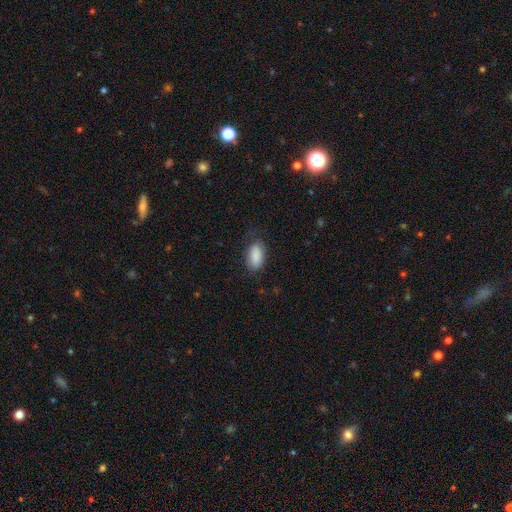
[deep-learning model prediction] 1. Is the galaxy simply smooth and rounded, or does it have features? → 88% smooth, 6% star or artifact, 5% featured or disk.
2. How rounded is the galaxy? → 92% in between, 5% cigar-shaped, 3% round.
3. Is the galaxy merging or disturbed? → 76% none, 17% minor disturbance, 5% major disturbance, 1% merger.